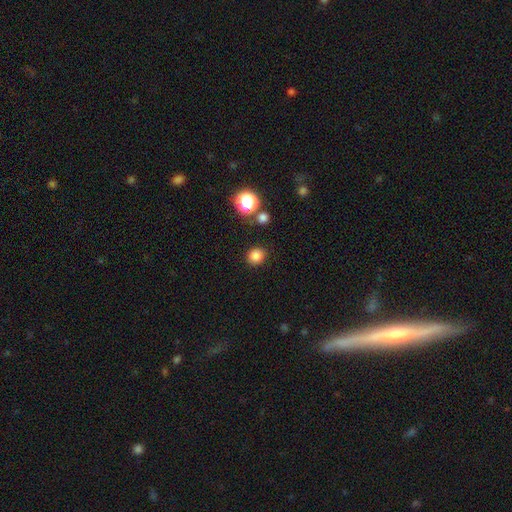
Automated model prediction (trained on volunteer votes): Smooth or featured: smooth — 83% (star or artifact — 13%)
How rounded: round — 82% (in between — 17%)
Merging: none — 87% (minor disturbance — 7%)